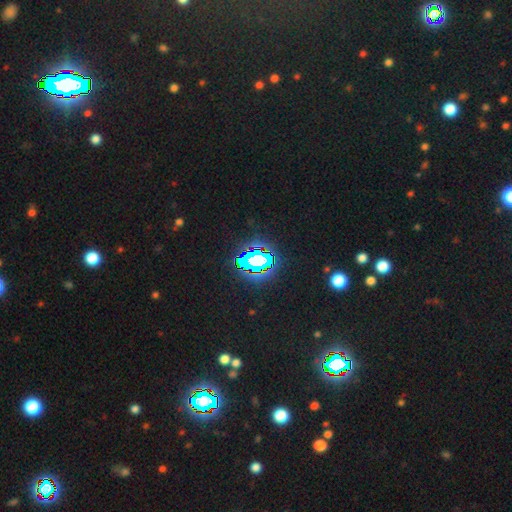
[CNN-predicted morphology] Smooth or featured?
  - star or artifact: 83% *
  - smooth: 11%
  - featured or disk: 7%